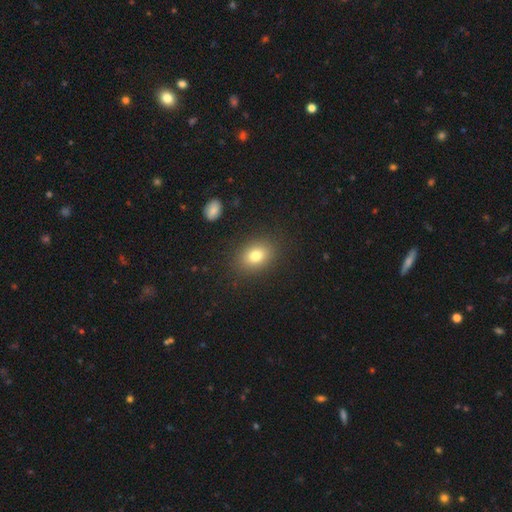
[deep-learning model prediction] Smooth or featured: smooth — 79% (star or artifact — 11%)
How rounded: in between — 66% (round — 32%)
Merging: none — 86% (minor disturbance — 9%)